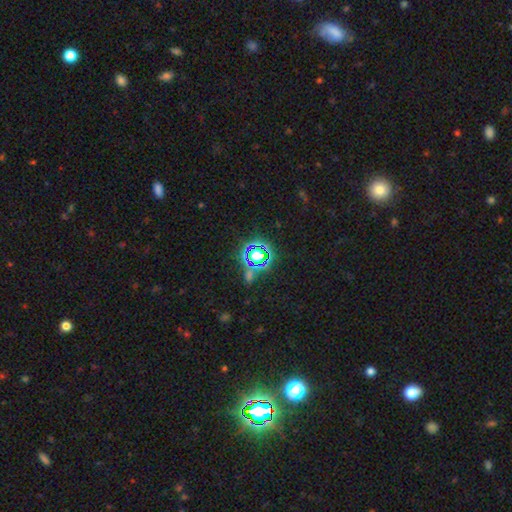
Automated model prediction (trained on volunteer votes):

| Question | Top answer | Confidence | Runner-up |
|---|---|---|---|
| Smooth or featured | star or artifact | 76% | smooth (16%) |